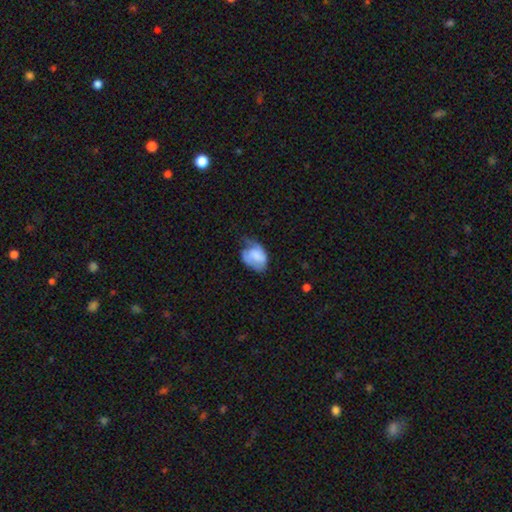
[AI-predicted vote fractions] Smooth or featured: smooth — 60% (featured or disk — 33%)
How rounded: in between — 76% (round — 22%)
Merging: minor disturbance — 39% (none — 30%)